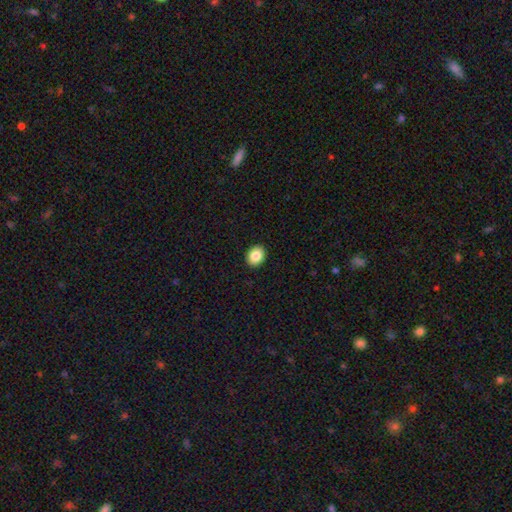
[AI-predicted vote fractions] Overall: smooth (86%). How rounded: in between (58%; round 41%). Merging: none (91%).